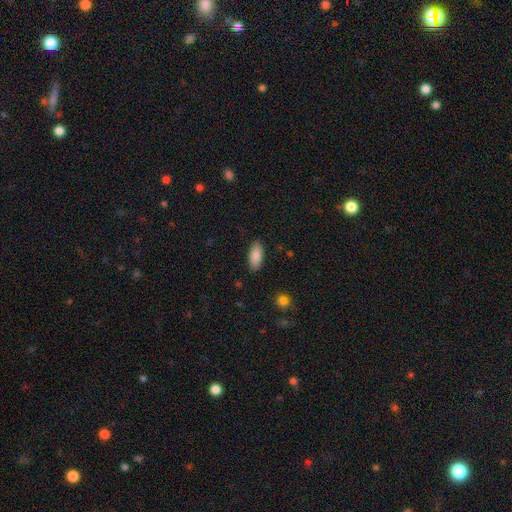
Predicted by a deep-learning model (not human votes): smooth 85%, featured or disk 9%, star or artifact 6%. Down the decision tree: how rounded — in between (85%); merging — none (87%).